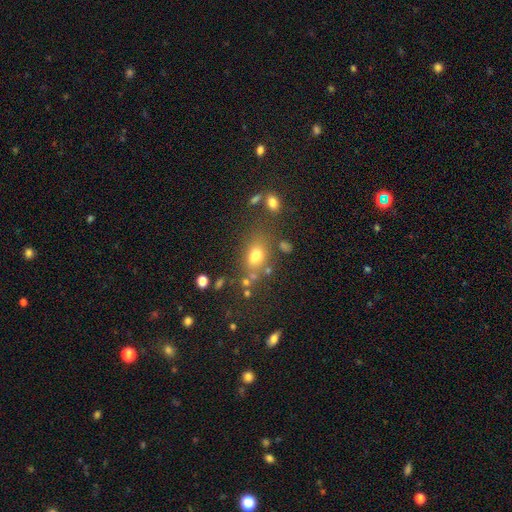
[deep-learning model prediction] This appears to be a smooth galaxy with no disk features (71%) that is in between round and cigar-shaped (68%). Merging: none (61%).